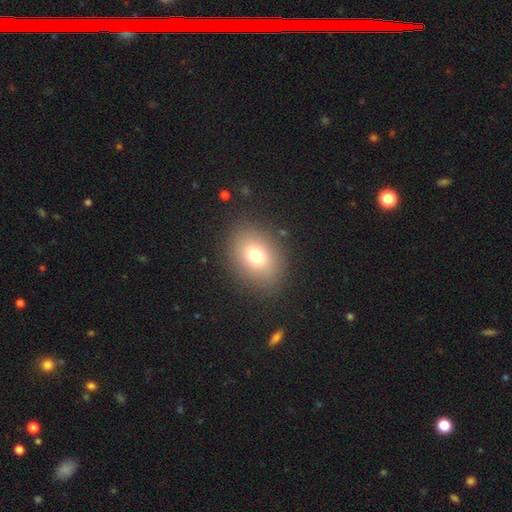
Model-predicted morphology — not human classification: This is likely a smooth galaxy (74%). How rounded: possibly in between (57%). Merging: clearly none (86%).